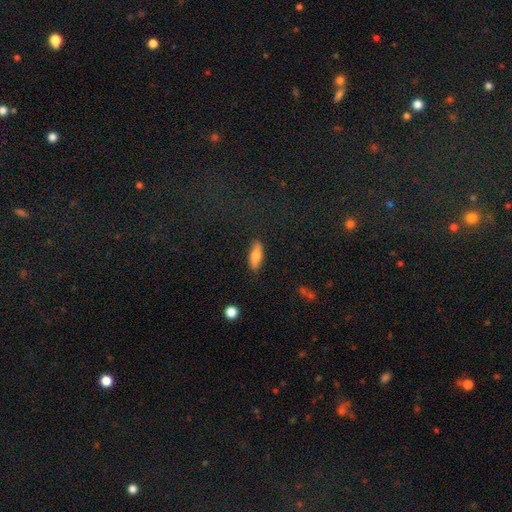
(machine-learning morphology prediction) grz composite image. It shows a smooth galaxy with no disk features (71%) that is in between round and cigar-shaped (66%). Merging: none (85%).